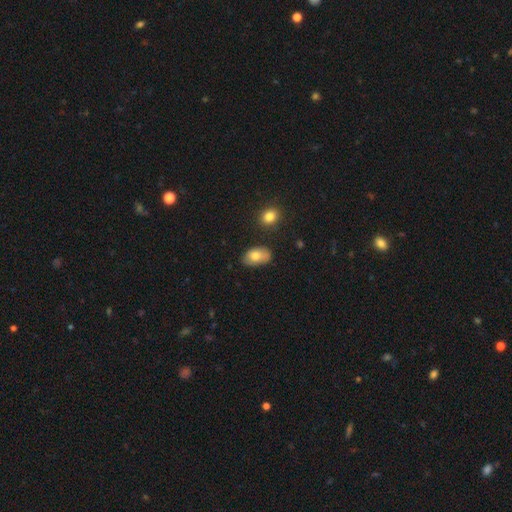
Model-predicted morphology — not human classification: Smooth or featured: smooth — 75% (featured or disk — 17%)
How rounded: in between — 90% (round — 8%)
Merging: none — 69% (minor disturbance — 23%)